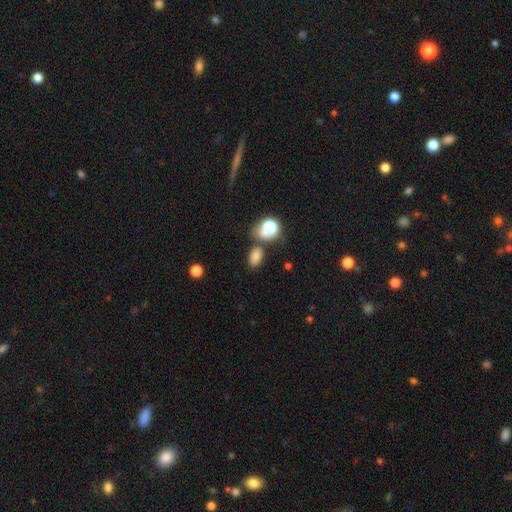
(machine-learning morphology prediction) smooth-or-featured: smooth: 69% | star or artifact: 22% | featured or disk: 8%
  how-rounded: in between: 67% | round: 30% | cigar-shaped: 3%
  merging: none: 67% | merger: 15% | minor disturbance: 13% | major disturbance: 5%